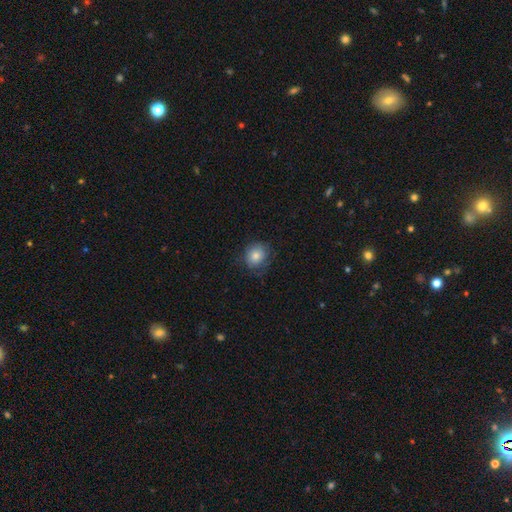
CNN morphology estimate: This is likely a smooth galaxy (78%). How rounded: likely round (74%). Merging: likely none (68%).